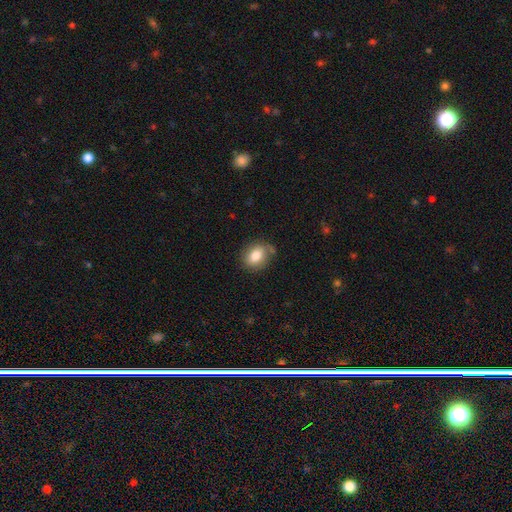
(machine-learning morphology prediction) This appears to be a smooth galaxy with no disk features (80%) that is in between round and cigar-shaped (58%). Merging: none (71%).